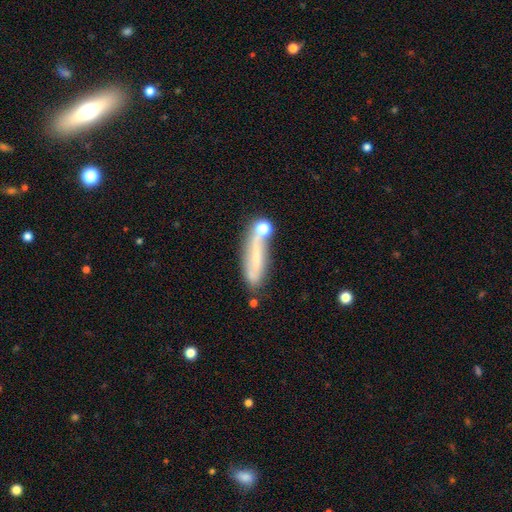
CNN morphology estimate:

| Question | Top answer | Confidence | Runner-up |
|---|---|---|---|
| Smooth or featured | smooth | 48% | featured or disk (41%) |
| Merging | none | 50% | minor disturbance (22%) |